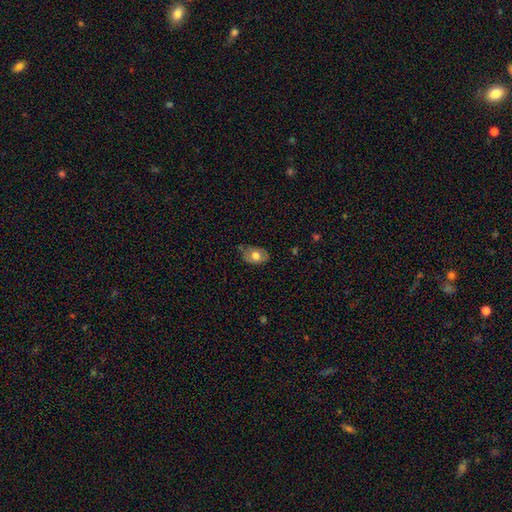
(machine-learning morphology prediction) A smooth galaxy with no disk features (67%) that is in between round and cigar-shaped (82%). Merging: none (71%).